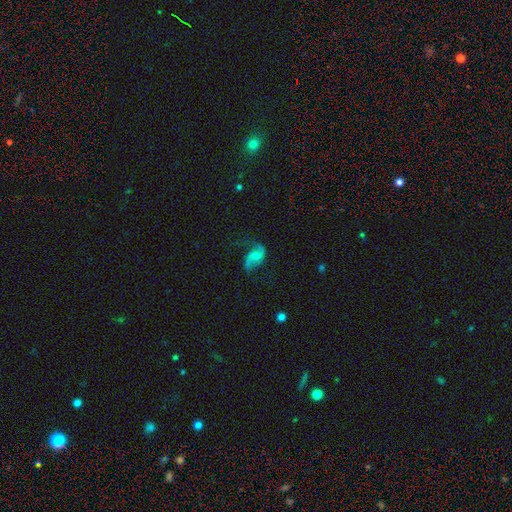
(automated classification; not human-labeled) A featured or disk galaxy (75%) with no bar (57%), 2 (90%) loose (72%) spiral arms (93%) and a moderate central bulge (48%). Merging: none (62%).